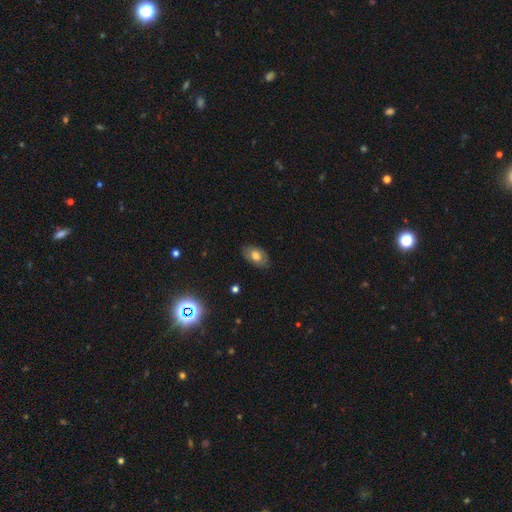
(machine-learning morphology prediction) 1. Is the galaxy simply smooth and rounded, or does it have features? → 69% smooth, 22% featured or disk, 9% star or artifact.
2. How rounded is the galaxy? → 91% in between, 8% round, 2% cigar-shaped.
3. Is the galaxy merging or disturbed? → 82% none, 13% minor disturbance, 3% major disturbance, 1% merger.